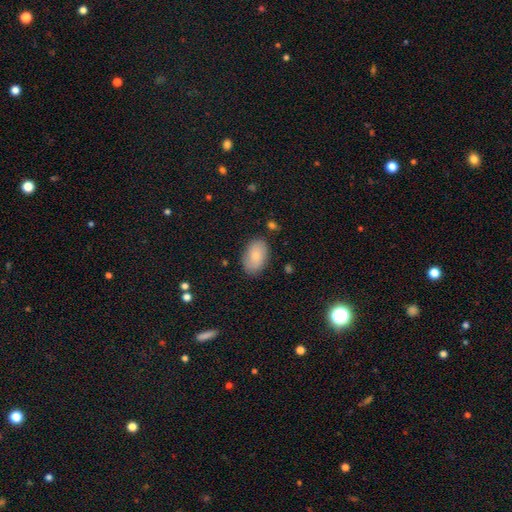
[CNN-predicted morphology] smooth 82%, featured or disk 11%, star or artifact 7%. Down the decision tree: how rounded — in between (90%); merging — none (82%).